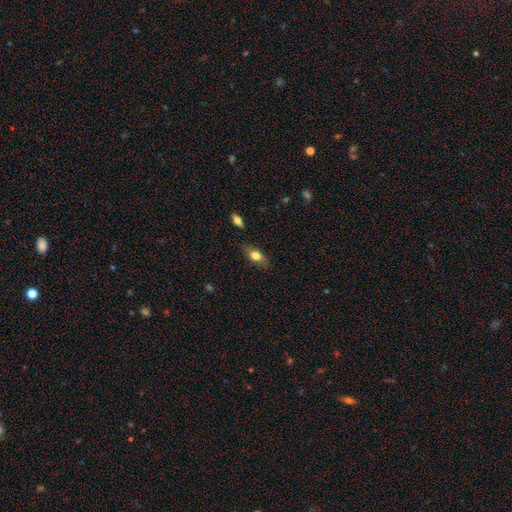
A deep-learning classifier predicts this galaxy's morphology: Smooth or featured? Predicted: smooth (p=0.72). How rounded? Predicted: in between (p=0.79). Merging? Predicted: none (p=0.80).